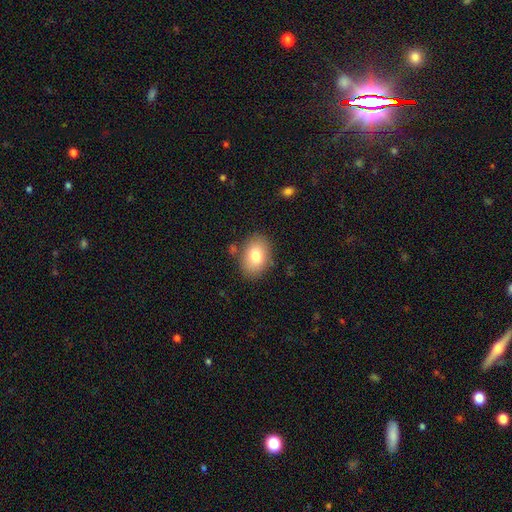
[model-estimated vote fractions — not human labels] Morphology: type=smooth (79%); roundness=in between (79%); merging=none (81%).